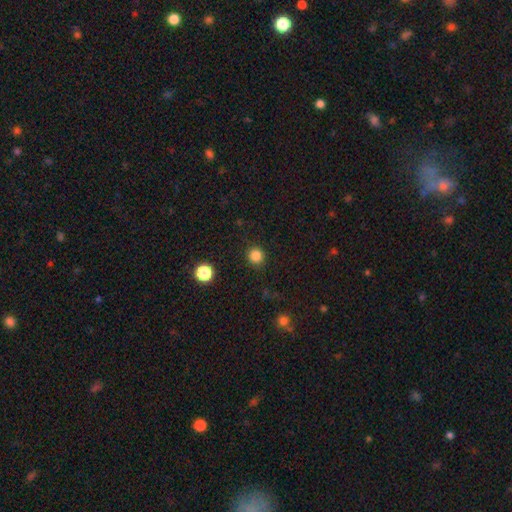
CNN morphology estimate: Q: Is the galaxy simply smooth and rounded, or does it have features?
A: smooth — 84%.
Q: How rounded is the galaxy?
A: round — 93%.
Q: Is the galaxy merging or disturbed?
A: none — 90%.